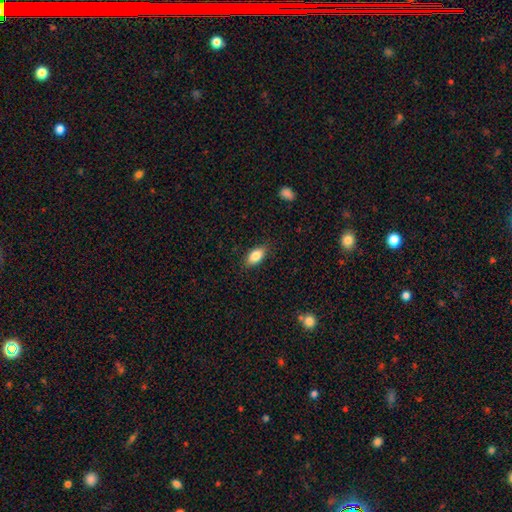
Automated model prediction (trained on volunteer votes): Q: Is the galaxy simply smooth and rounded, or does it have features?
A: smooth — 85%.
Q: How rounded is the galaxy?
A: in between — 91%.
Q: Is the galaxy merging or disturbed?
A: none — 86%.